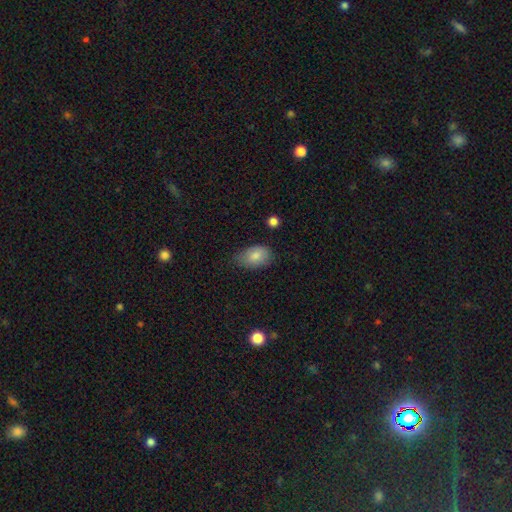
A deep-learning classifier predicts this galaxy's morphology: The model was most divided on "merging": none: 60%, minor disturbance: 32%, major disturbance: 6%, merger: 2%. More confident: how rounded — in between (87%); smooth or featured — smooth (82%).